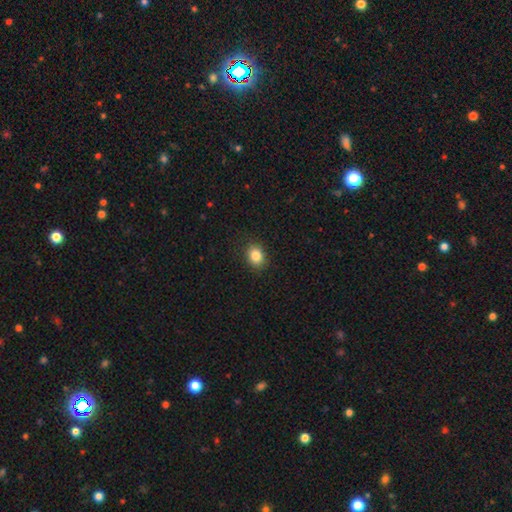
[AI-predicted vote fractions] smooth-or-featured: smooth: 85% | star or artifact: 10% | featured or disk: 5%
  how-rounded: in between: 53% | round: 46% | cigar-shaped: 1%
  merging: none: 88% | minor disturbance: 8% | major disturbance: 2% | merger: 1%